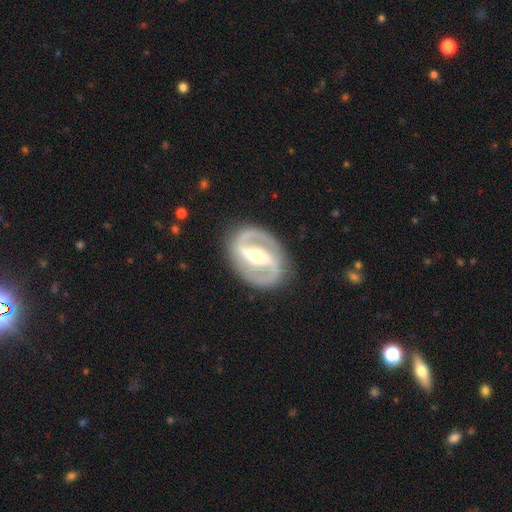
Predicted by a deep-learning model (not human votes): A featured or disk galaxy (90%) with a strong bar (65%), 2 (93%) medium (54%) spiral arms (95%) and a moderate central bulge (59%). Merging: none (87%).